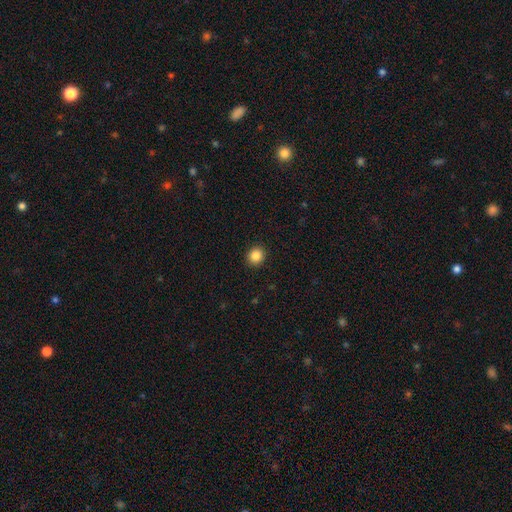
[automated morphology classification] Smooth or featured? smooth (86%)
How rounded? round (85%)
Merging? none (92%)